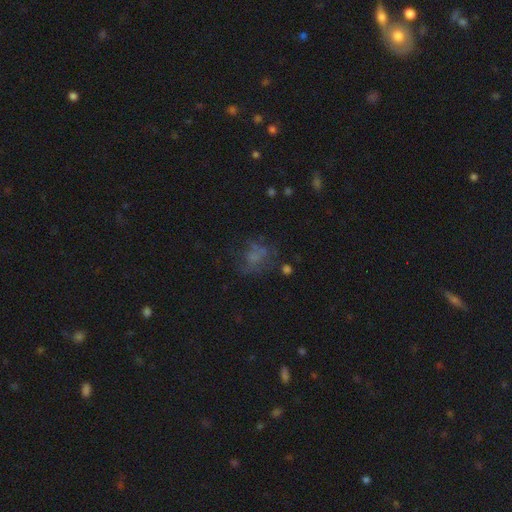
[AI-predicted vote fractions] Smooth or featured? smooth (42%)
Merging? none (46%)